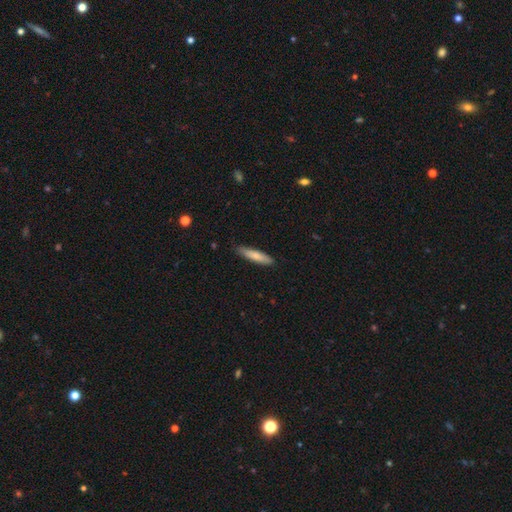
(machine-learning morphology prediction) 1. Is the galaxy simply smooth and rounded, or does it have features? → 76% smooth, 18% featured or disk, 5% star or artifact.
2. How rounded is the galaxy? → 82% cigar-shaped, 17% in between, 1% round.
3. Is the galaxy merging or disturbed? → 84% none, 13% minor disturbance, 2% major disturbance, 1% merger.